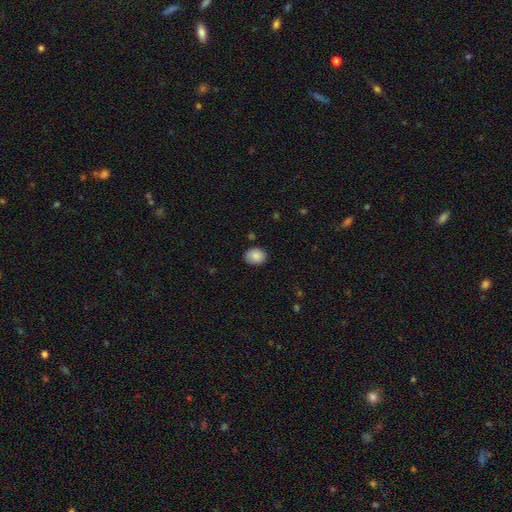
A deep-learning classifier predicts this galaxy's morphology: A smooth galaxy with no disk features (87%) that is in between round and cigar-shaped (56%). Merging: none (83%).